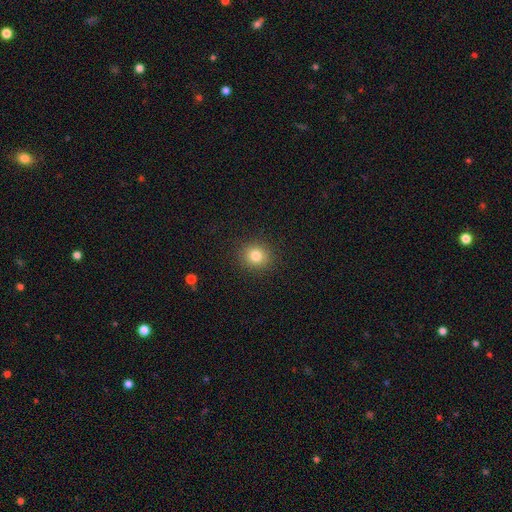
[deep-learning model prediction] Smooth or featured?
  - smooth: 81% *
  - star or artifact: 12%
  - featured or disk: 7%
How rounded?
  - round: 82% *
  - in between: 18%
  - cigar-shaped: 1%
Merging?
  - none: 90% *
  - minor disturbance: 6%
  - major disturbance: 2%
  - merger: 1%